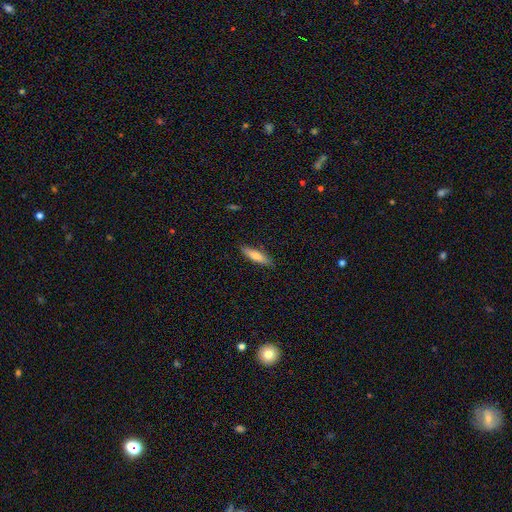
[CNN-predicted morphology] Q: Smooth or featured?
A: smooth (73%); runner-up: featured or disk (21%)
Q: How rounded?
A: cigar-shaped (70%); runner-up: in between (28%)
Q: Merging?
A: none (87%); runner-up: minor disturbance (10%)